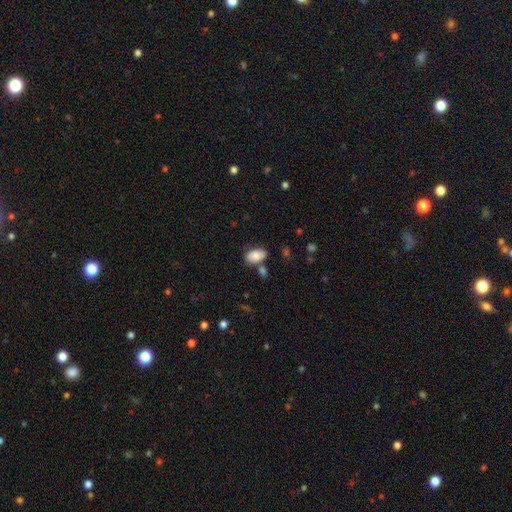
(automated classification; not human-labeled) smooth_or_featured: smooth (p=0.81) [alt: featured or disk p=0.12]
how_rounded: in between (p=0.92) [alt: round p=0.07]
merging: none (p=0.58) [alt: minor disturbance p=0.20]